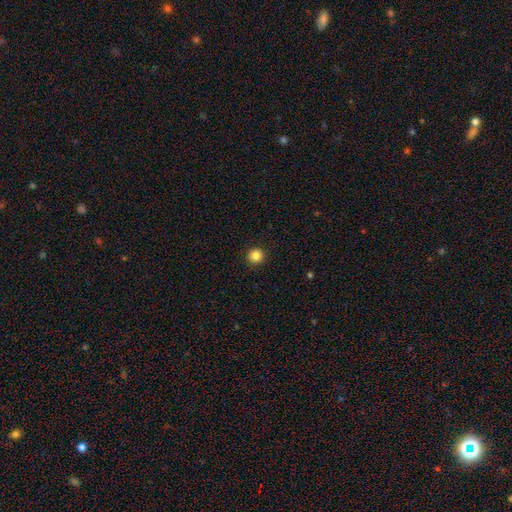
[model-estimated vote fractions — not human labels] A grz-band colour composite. It shows a smooth galaxy with no disk features (85%) that is round (95%). Merging: none (93%).